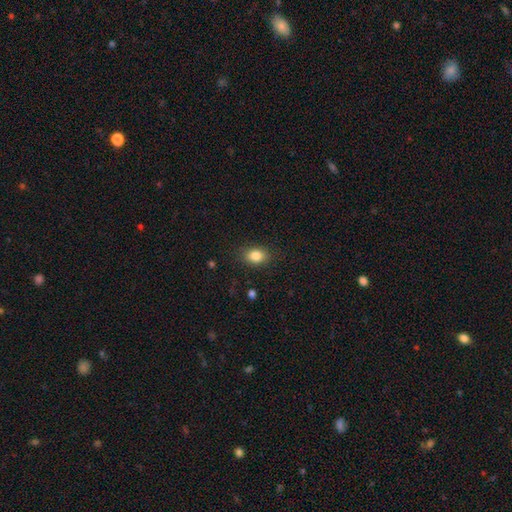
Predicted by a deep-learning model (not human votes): A smooth galaxy with no disk features (84%) that is in between round and cigar-shaped (71%). Merging: none (86%).